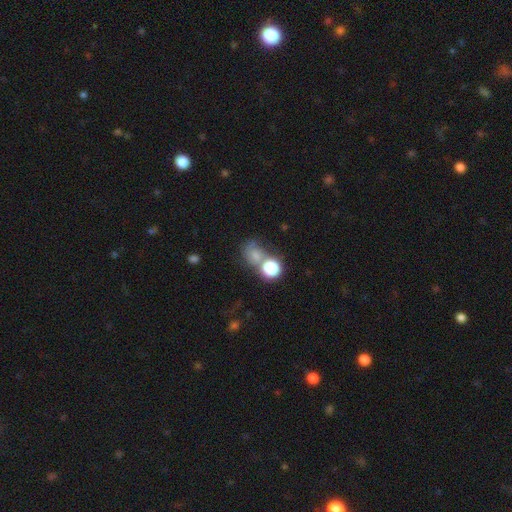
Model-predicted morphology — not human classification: Overall: smooth (64%). How rounded: round (62%; in between 36%). Merging: none (37%; merger 35%).